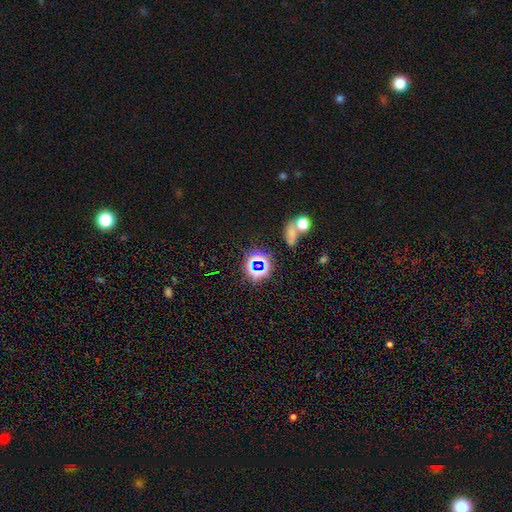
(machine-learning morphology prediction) smooth-or-featured: star or artifact: 70% | smooth: 19% | featured or disk: 11%